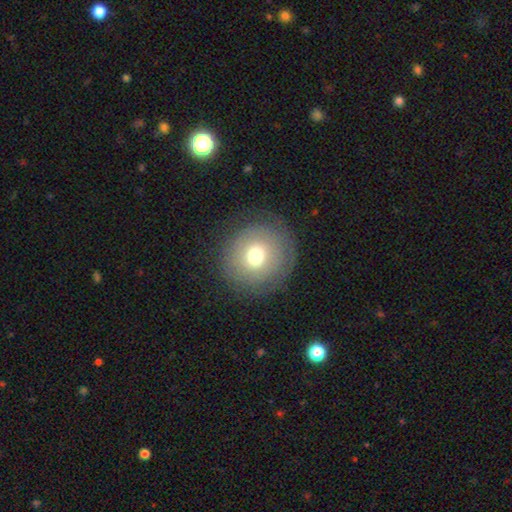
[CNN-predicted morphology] A smooth galaxy with no disk features (65%) that is round (90%).

Vote fractions:
- Smooth or featured? smooth: 65% / featured or disk: 24% / star or artifact: 12%
- How rounded? round: 90% / in between: 9% / cigar-shaped: 1%
- Merging? none: 81% / minor disturbance: 12% / major disturbance: 6% / merger: 1%